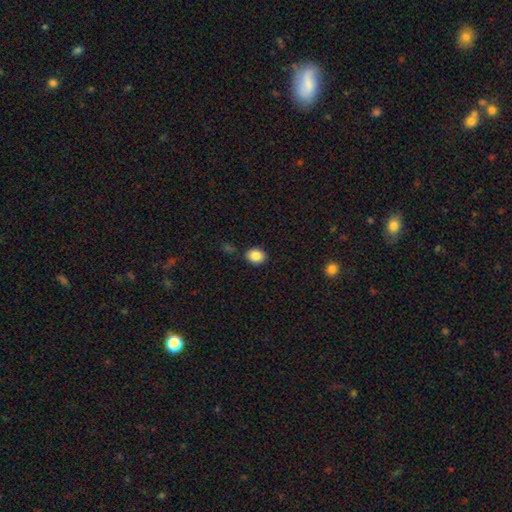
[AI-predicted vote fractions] smooth 86%, star or artifact 9%, featured or disk 5%. Down the decision tree: how rounded — in between (52%); merging — none (85%).